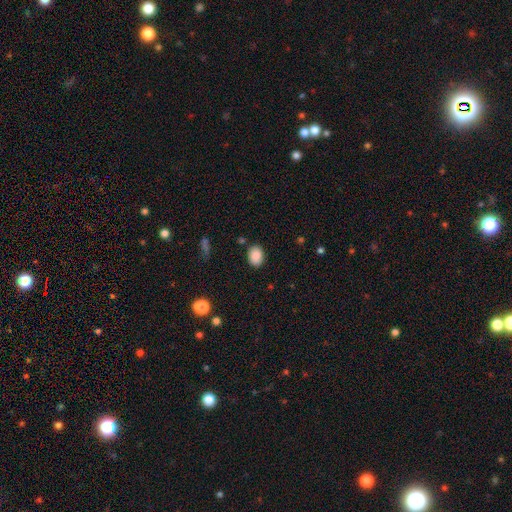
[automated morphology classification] type=smooth (88%); roundness=in between (75%); merging=none (84%).